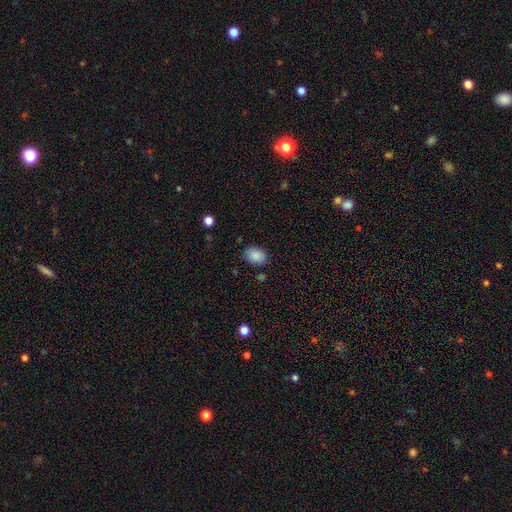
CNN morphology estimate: A smooth galaxy with no disk features (88%) that is in between round and cigar-shaped (65%).

Vote fractions:
- Smooth or featured? smooth: 88% / star or artifact: 8% / featured or disk: 4%
- How rounded? in between: 65% / round: 34% / cigar-shaped: 1%
- Merging? none: 81% / minor disturbance: 14% / major disturbance: 3% / merger: 2%